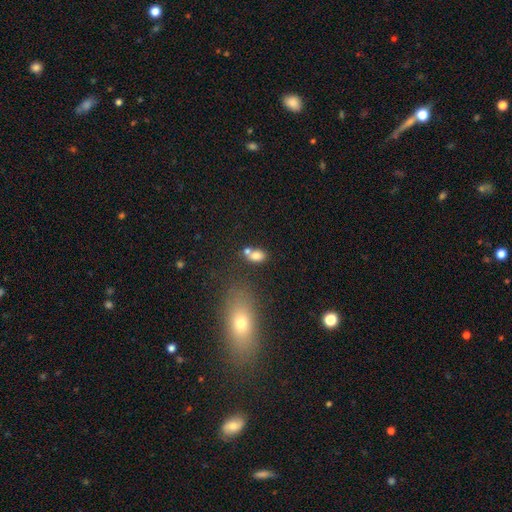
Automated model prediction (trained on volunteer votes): The model was most divided on "merging" (2-way tie): merger: 40%, none: 40%, minor disturbance: 14%, major disturbance: 6%. More confident: how rounded — in between (80%); smooth or featured — smooth (77%).